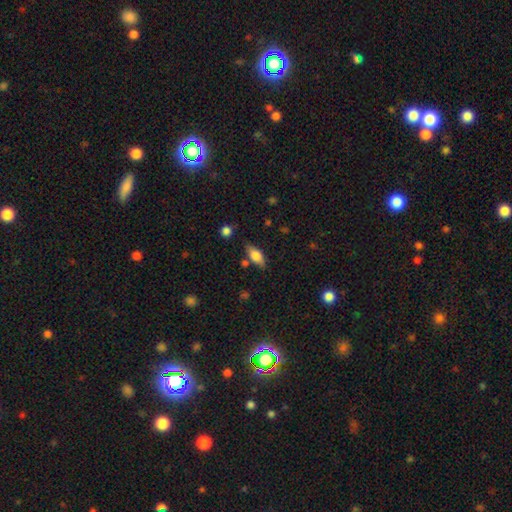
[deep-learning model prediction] Overall: smooth (73%). How rounded: in between (81%). Merging: none (74%).